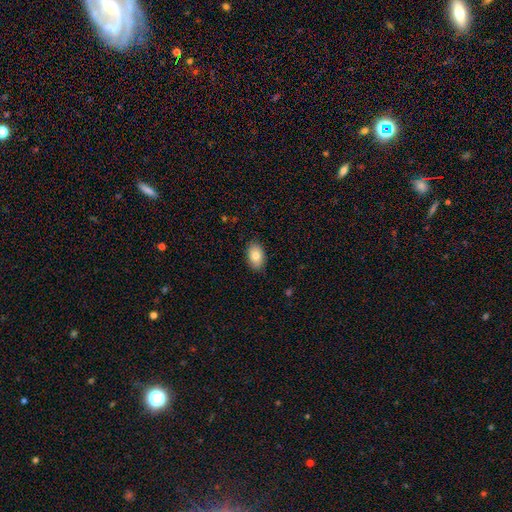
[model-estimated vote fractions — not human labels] This is clearly a smooth galaxy (82%). How rounded: clearly in between (90%). Merging: clearly none (85%).